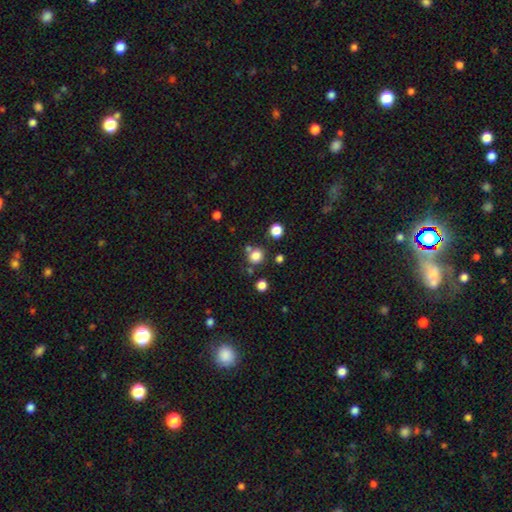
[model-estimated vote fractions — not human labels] Smooth or featured: smooth — 81% (star or artifact — 13%)
How rounded: round — 84% (in between — 15%)
Merging: none — 73% (merger — 13%)